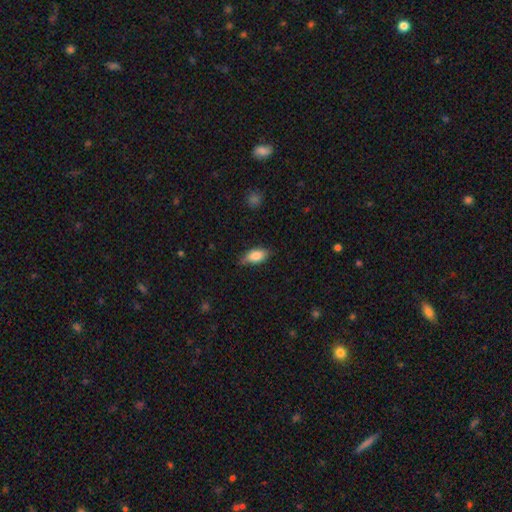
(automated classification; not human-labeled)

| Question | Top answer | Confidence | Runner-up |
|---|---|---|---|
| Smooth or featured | smooth | 83% | featured or disk (10%) |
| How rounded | in between | 89% | cigar-shaped (8%) |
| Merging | none | 66% | minor disturbance (28%) |